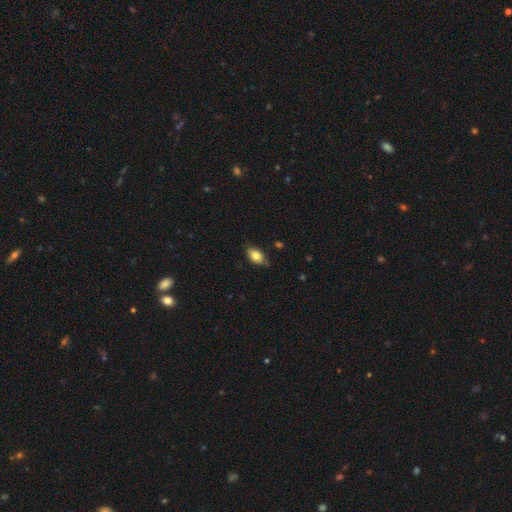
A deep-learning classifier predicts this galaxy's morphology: Smooth or featured?
  - smooth: 76% *
  - featured or disk: 16%
  - star or artifact: 8%
How rounded?
  - in between: 88% *
  - round: 8%
  - cigar-shaped: 4%
Merging?
  - none: 74% *
  - minor disturbance: 22%
  - major disturbance: 3%
  - merger: 1%